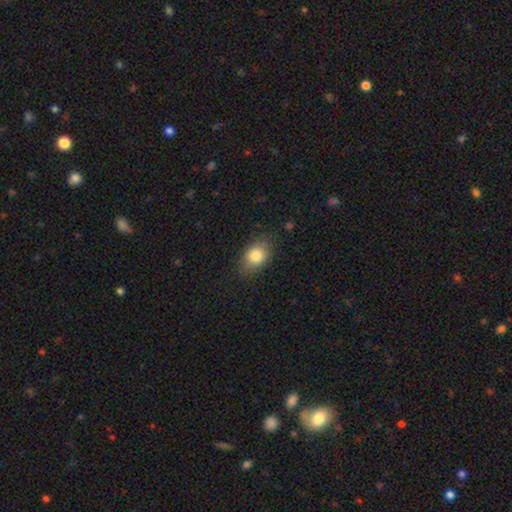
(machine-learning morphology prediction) type=smooth (83%); roundness=in between (71%); merging=none (77%).